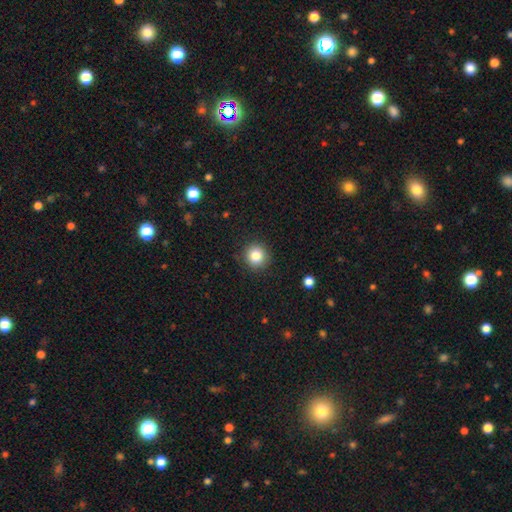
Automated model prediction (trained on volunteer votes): Smooth or featured? Predicted: smooth (p=0.83). How rounded? Predicted: round (p=0.93). Merging? Predicted: none (p=0.91).